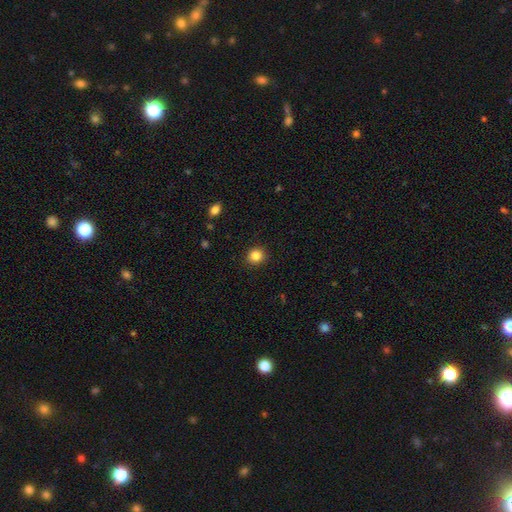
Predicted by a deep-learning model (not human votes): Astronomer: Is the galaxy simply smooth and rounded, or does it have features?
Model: smooth — 84%.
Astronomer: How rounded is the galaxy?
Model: round — 81%.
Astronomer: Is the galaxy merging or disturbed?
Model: none — 91%.